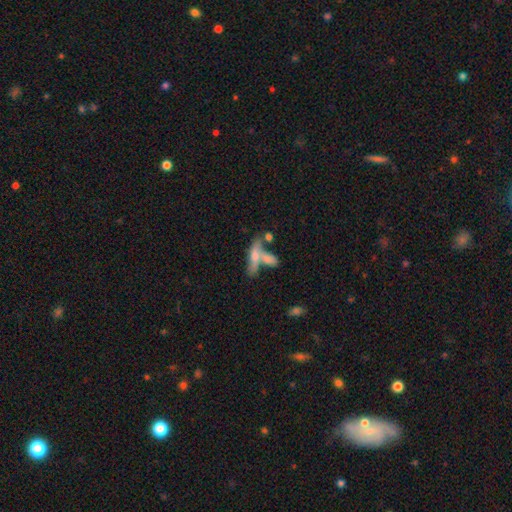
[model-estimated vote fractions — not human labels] smooth_or_featured: smooth (p=0.57) [alt: featured or disk p=0.34]
how_rounded: cigar-shaped (p=0.54) [alt: in between p=0.43]
merging: merger (p=0.47) [alt: none p=0.33]